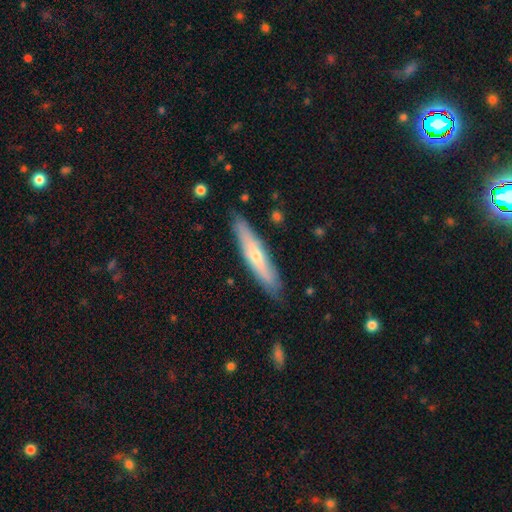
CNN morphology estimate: This is possibly a featured or disk galaxy (51%). It is likely viewed edge-on (78%). Merging: clearly none (84%).